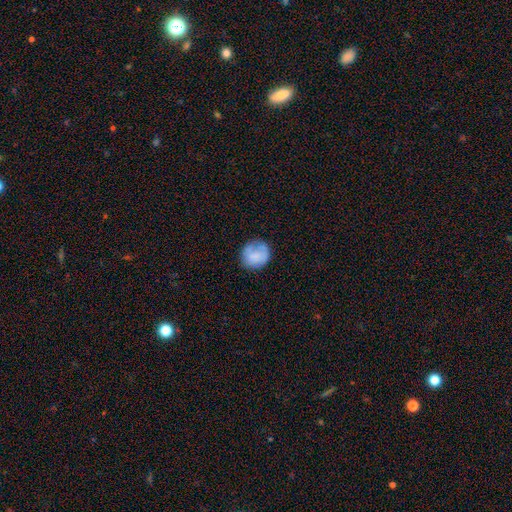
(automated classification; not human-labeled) Morphology: type=smooth (75%); roundness=round (80%); merging=none (70%).